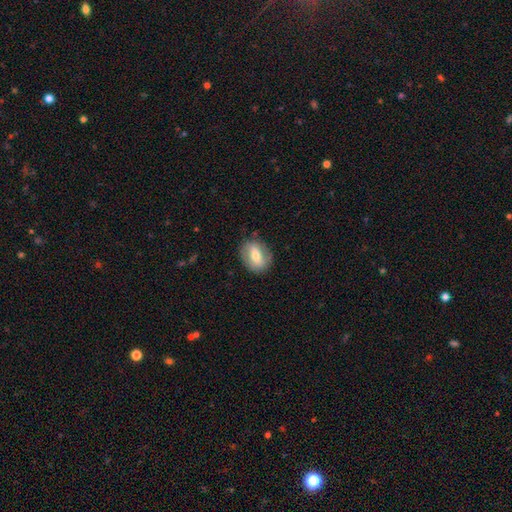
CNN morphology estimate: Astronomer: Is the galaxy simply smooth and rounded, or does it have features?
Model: smooth — 53% (runner-up: featured or disk, 40%).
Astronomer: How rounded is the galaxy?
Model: in between — 62%.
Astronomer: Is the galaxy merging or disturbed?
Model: none — 82%.